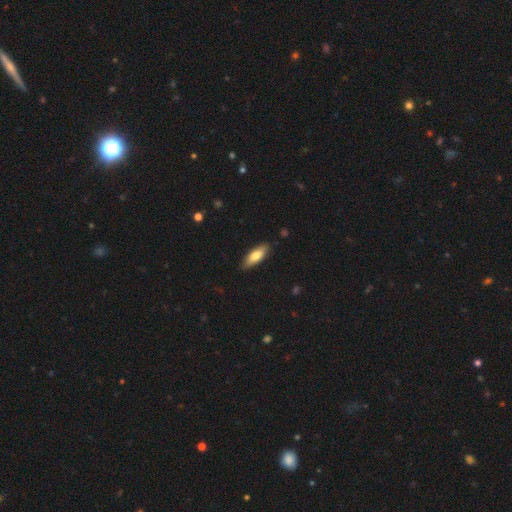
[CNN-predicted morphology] Smooth or featured? smooth (75%)
How rounded? in between (64%)
Merging? none (86%)